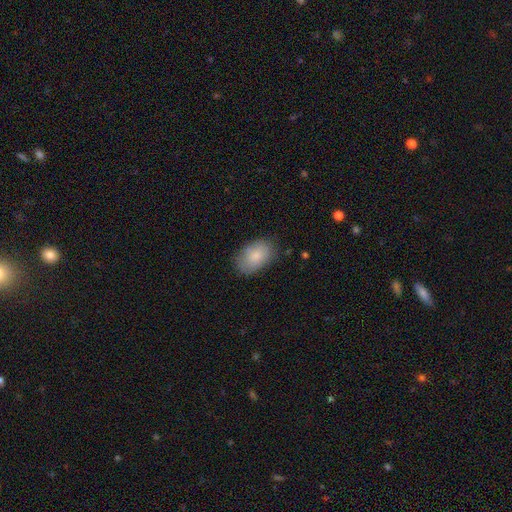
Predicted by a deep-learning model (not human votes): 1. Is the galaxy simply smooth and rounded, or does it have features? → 83% smooth, 11% featured or disk, 6% star or artifact.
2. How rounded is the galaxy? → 89% in between, 10% round, 1% cigar-shaped.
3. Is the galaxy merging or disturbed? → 78% none, 17% minor disturbance, 4% major disturbance, 1% merger.